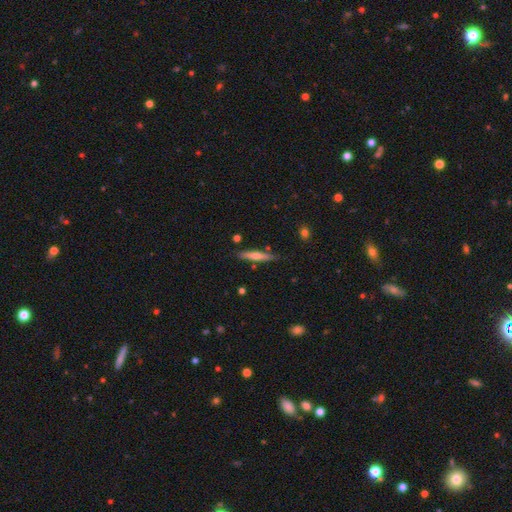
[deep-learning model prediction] Smooth or featured?
  - smooth: 49% *
  - featured or disk: 44%
  - star or artifact: 6%
Merging?
  - none: 83% *
  - minor disturbance: 12%
  - merger: 3%
  - major disturbance: 2%